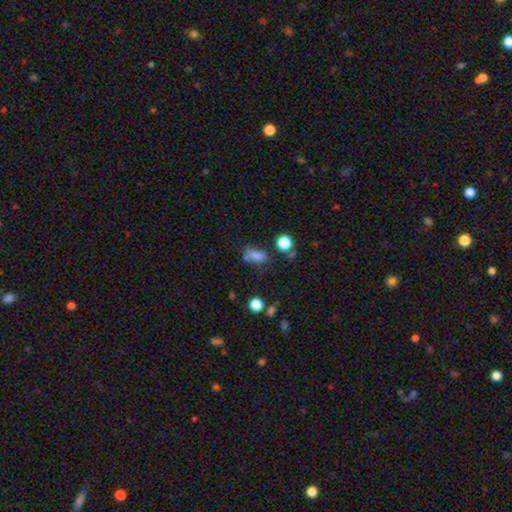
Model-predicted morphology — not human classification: smooth-or-featured: smooth: 74% | star or artifact: 15% | featured or disk: 11%
  how-rounded: in between: 79% | round: 15% | cigar-shaped: 6%
  merging: none: 42% | minor disturbance: 27% | major disturbance: 17% | merger: 14%